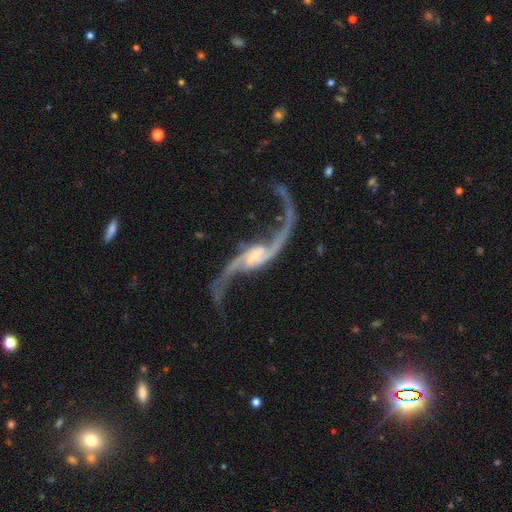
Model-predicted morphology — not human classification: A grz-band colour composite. It shows a featured or disk galaxy (92%) with a weak bar (44%), 2 (93%) loose (93%) spiral arms (97%) and a small central bulge (55%). Merging: none (59%).